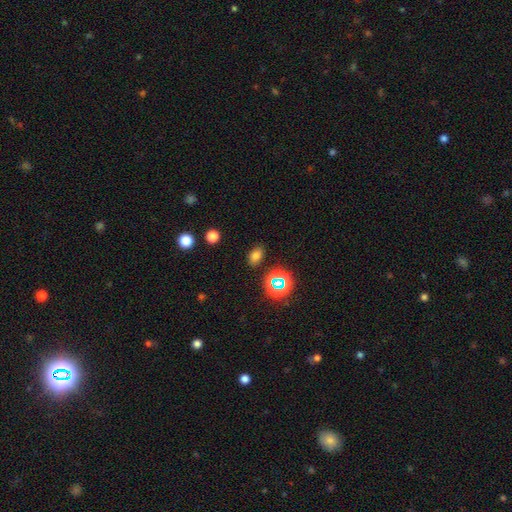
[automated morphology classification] type=smooth (72%); roundness=in between (79%); merging=none (85%).